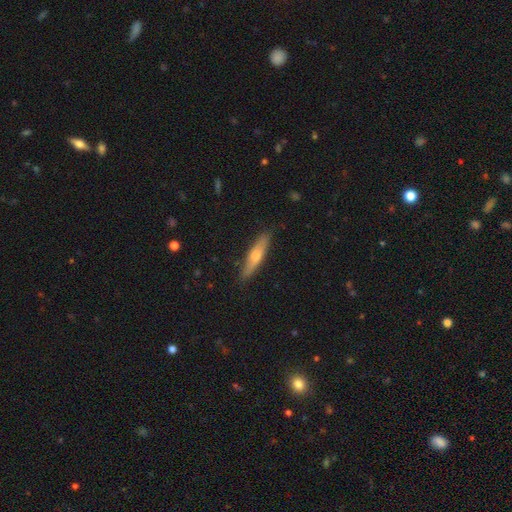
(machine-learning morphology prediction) smooth_or_featured: smooth (p=0.50) [alt: featured or disk p=0.44]
how_rounded: cigar-shaped (p=0.84) [alt: in between p=0.14]
merging: none (p=0.87) [alt: minor disturbance p=0.10]